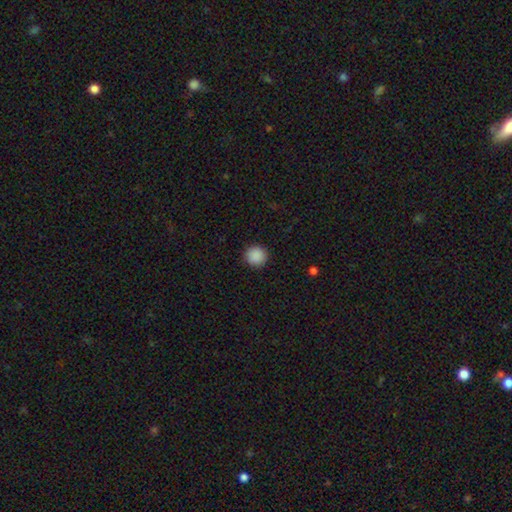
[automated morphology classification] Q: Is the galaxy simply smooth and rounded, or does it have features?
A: smooth — 89%.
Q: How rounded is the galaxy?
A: round — 95%.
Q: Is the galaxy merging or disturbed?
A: none — 91%.